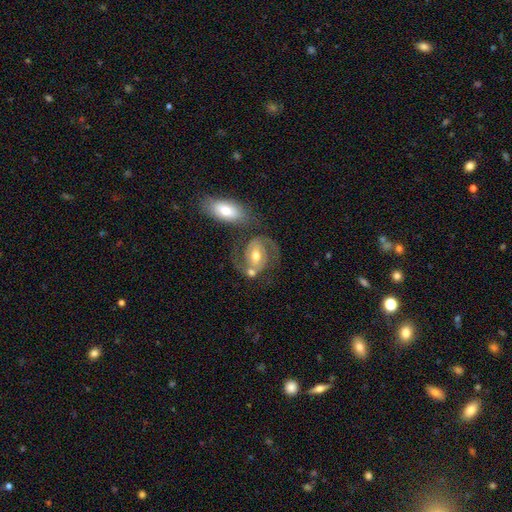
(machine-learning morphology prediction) smooth-or-featured: featured or disk: 81% | smooth: 13% | star or artifact: 6%
  disk-edge-on: no: 97% | yes: 3%
    bar: weak: 43% | no: 29% | strong: 27%
    has-spiral-arms: yes: 94% | no: 6%
      spiral-winding: medium: 56% | tight: 28% | loose: 16%
      spiral-arm-count: 2: 91% | can't tell: 4% | 1: 2% | 3: 2% | 4: 1% | more than 4: 1%
    bulge-size: moderate: 70% | small: 19% | large: 9% | none: 1% | dominant: 1%
  merging: none: 54% | merger: 23% | minor disturbance: 15% | major disturbance: 9%